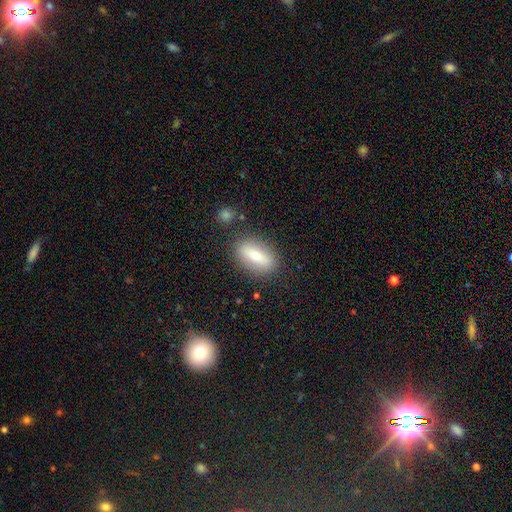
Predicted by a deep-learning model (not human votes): Morphology: type=smooth (66%); roundness=in between (75%); merging=none (82%).